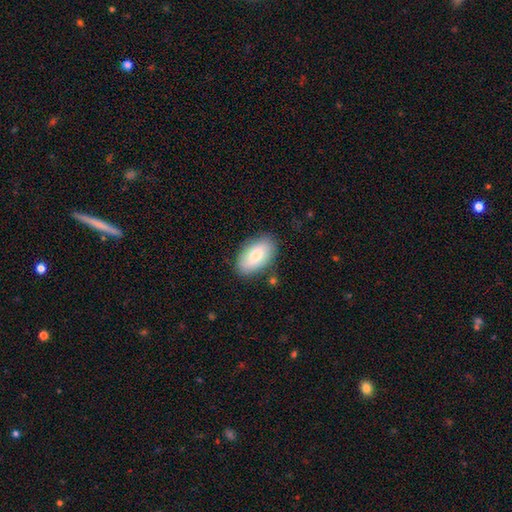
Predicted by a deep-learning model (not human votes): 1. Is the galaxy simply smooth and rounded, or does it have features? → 78% smooth, 16% featured or disk, 6% star or artifact.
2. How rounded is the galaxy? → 94% in between, 4% round, 2% cigar-shaped.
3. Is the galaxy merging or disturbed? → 82% none, 12% minor disturbance, 3% major disturbance, 2% merger.